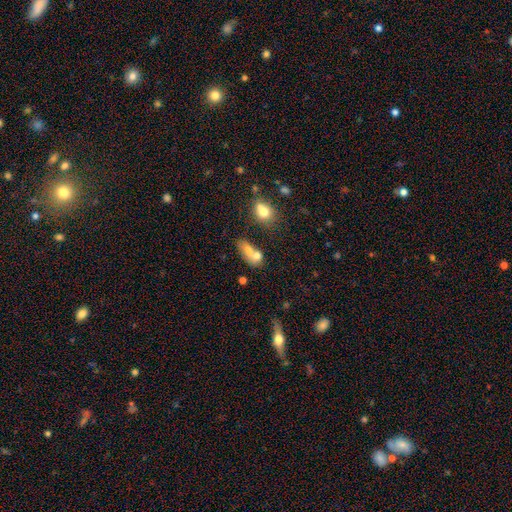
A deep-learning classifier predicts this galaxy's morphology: type=smooth (70%); roundness=in between (66%); merging=merger (58%).